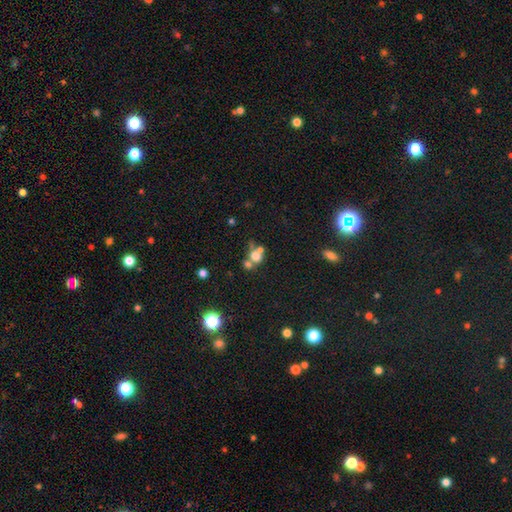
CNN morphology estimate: Smooth or featured: smooth — 65% (featured or disk — 18%)
How rounded: round — 70% (in between — 28%)
Merging: merger — 49% (none — 33%)